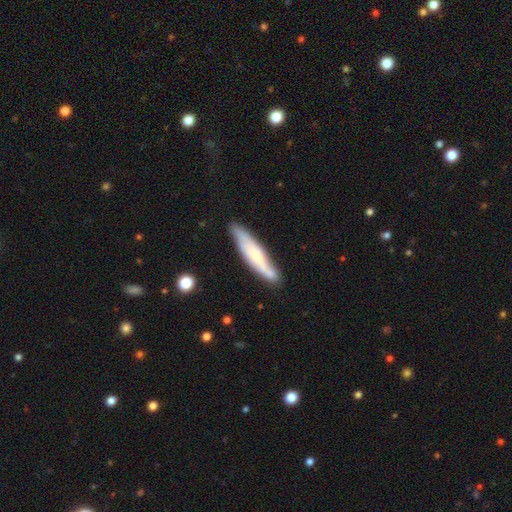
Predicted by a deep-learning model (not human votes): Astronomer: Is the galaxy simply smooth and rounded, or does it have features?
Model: featured or disk — 48% (runner-up: smooth, 46%).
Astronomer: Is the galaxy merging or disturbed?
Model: none — 74%.